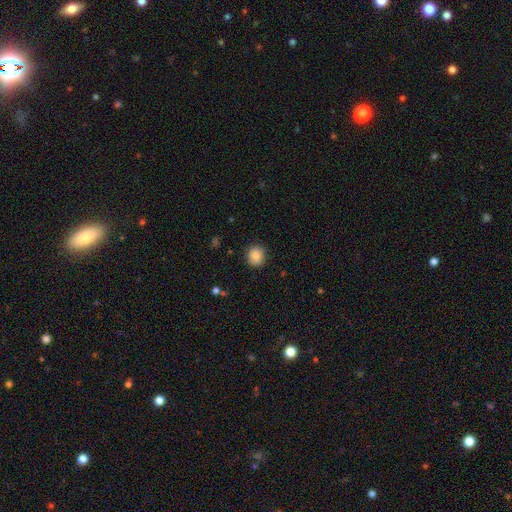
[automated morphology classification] smooth 86%, star or artifact 9%, featured or disk 5%. Down the decision tree: how rounded — round (83%); merging — none (89%).